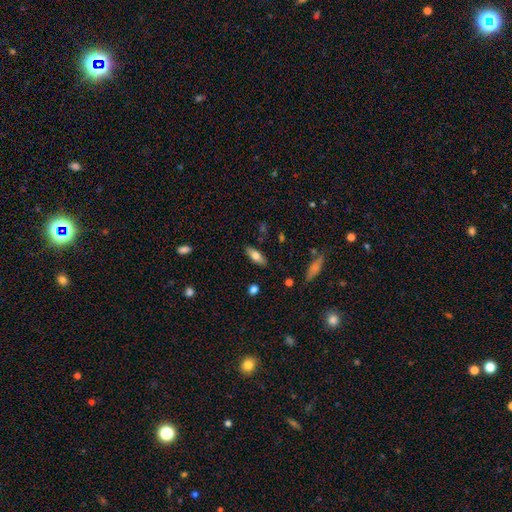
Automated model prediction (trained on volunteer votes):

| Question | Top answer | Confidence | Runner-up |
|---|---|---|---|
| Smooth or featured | smooth | 69% | featured or disk (24%) |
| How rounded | in between | 72% | cigar-shaped (26%) |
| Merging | none | 86% | minor disturbance (10%) |